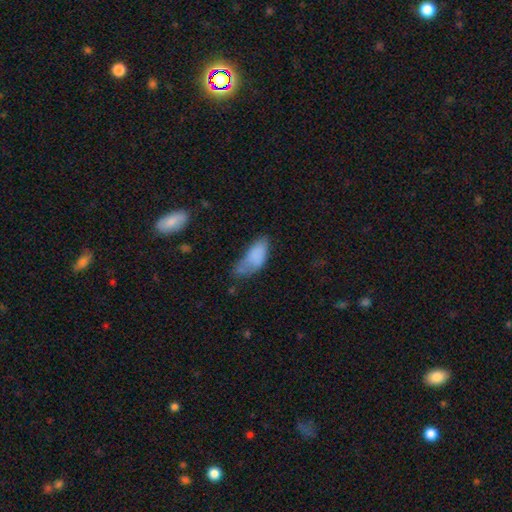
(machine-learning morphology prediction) Smooth or featured? smooth (78%)
How rounded? in between (87%)
Merging? minor disturbance (37%)